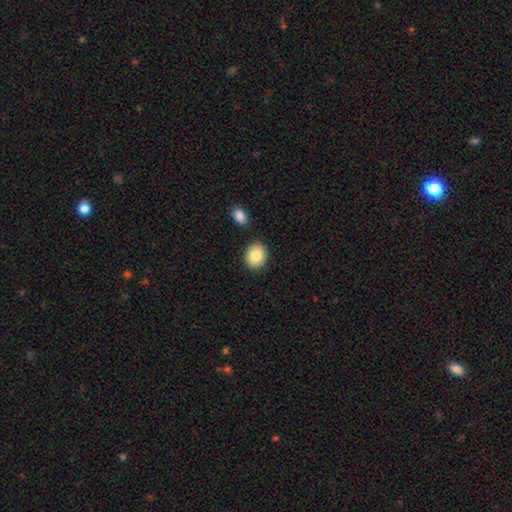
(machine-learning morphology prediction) Smooth or featured? Predicted: smooth (p=0.85). How rounded? Predicted: round (p=0.63). Merging? Predicted: none (p=0.85).